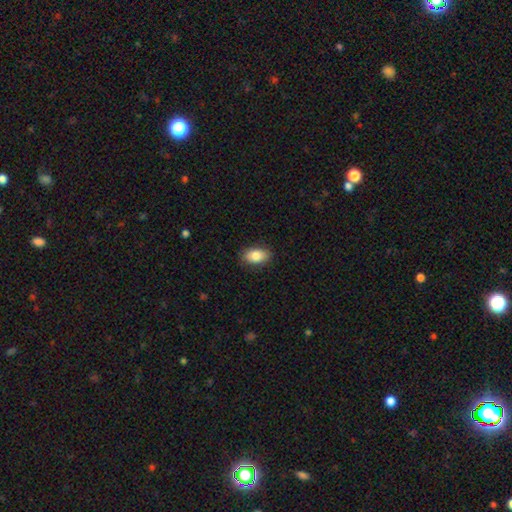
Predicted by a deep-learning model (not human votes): Smooth or featured? smooth (84%)
How rounded? in between (90%)
Merging? none (87%)